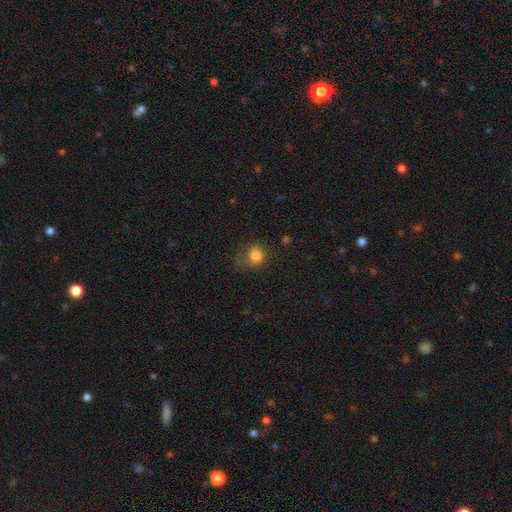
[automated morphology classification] Overall: smooth (82%). How rounded: round (81%). Merging: none (55%; minor disturbance 25%).